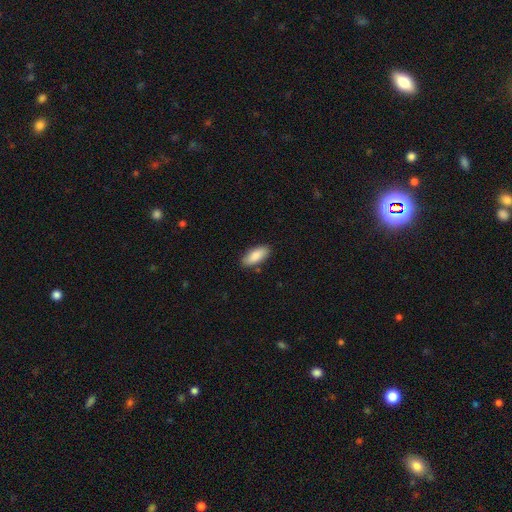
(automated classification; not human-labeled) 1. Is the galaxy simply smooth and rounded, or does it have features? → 87% smooth, 8% featured or disk, 6% star or artifact.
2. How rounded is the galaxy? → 85% in between, 14% cigar-shaped, 2% round.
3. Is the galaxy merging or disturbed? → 87% none, 10% minor disturbance, 2% major disturbance, 1% merger.